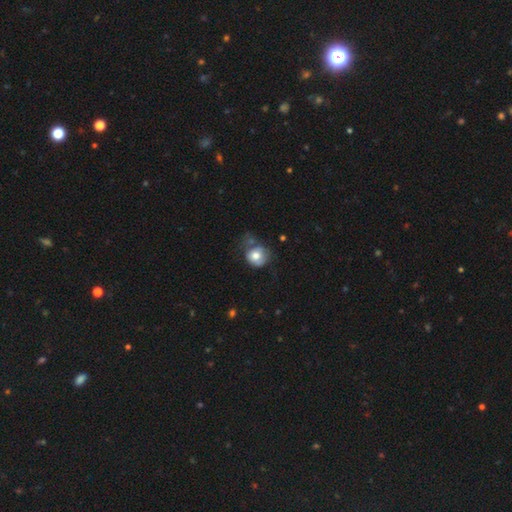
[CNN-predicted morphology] type=smooth (72%); roundness=round (77%); merging=none (39%).